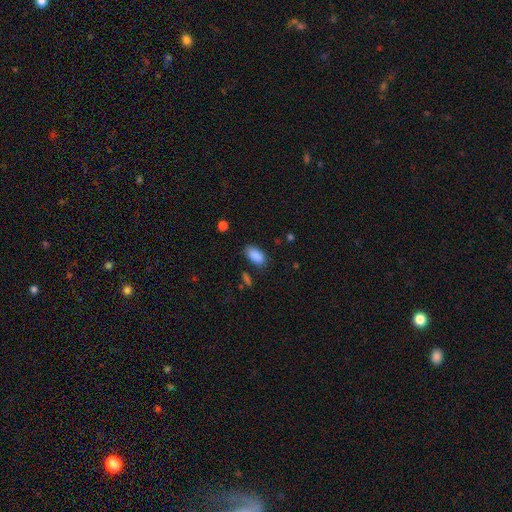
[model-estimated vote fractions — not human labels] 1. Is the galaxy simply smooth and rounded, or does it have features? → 89% smooth, 7% star or artifact, 4% featured or disk.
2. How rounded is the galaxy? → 93% in between, 4% cigar-shaped, 3% round.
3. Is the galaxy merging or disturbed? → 80% none, 14% minor disturbance, 3% major disturbance, 2% merger.